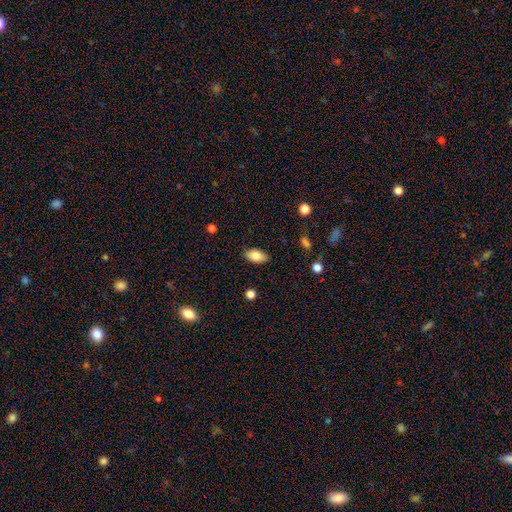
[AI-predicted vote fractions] Smooth or featured? Predicted: smooth (p=0.82). How rounded? Predicted: in between (p=0.92). Merging? Predicted: none (p=0.86).